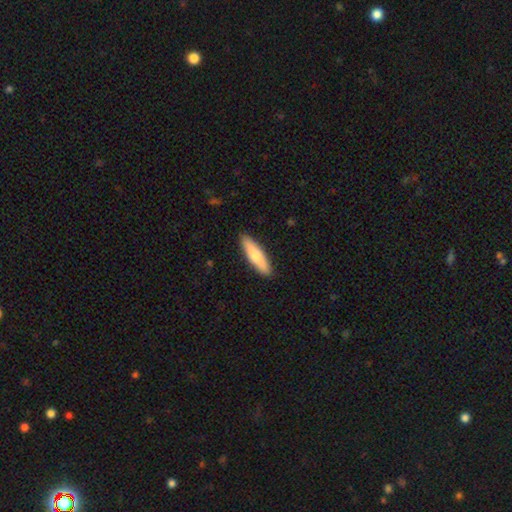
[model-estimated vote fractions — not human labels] A smooth galaxy with no disk features (69%) that is cigar-shaped (72%).

Vote fractions:
- Smooth or featured? smooth: 69% / featured or disk: 26% / star or artifact: 5%
- How rounded? cigar-shaped: 72% / in between: 27% / round: 2%
- Merging? none: 90% / minor disturbance: 7% / major disturbance: 1% / merger: 1%